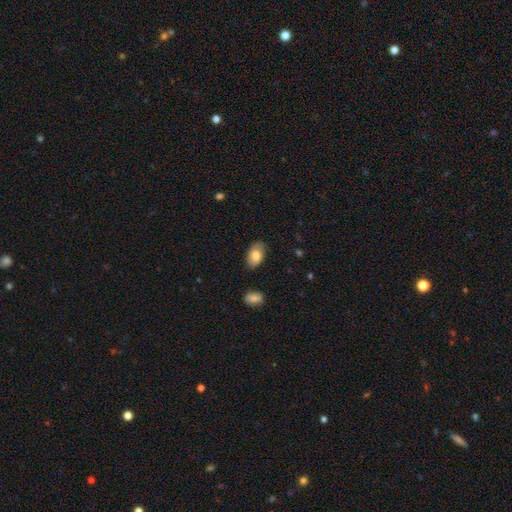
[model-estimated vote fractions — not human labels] This appears to be a smooth galaxy with no disk features (78%) that is in between round and cigar-shaped (92%). Merging: none (83%).